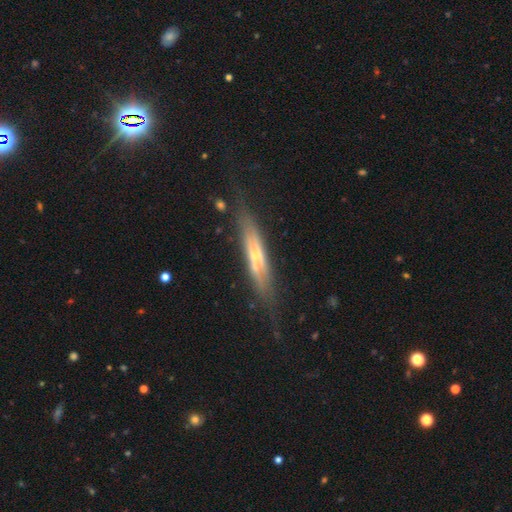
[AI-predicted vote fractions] The model was most divided on "smooth or featured": featured or disk: 66%, smooth: 27%, star or artifact: 7%. More confident: edge-on disk — yes (81%); edge-on bulge — rounded (68%); merging — none (66%).